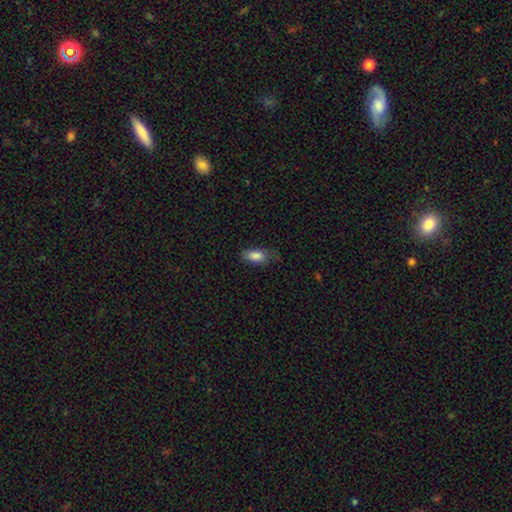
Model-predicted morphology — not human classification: smooth-or-featured: smooth: 84% | star or artifact: 8% | featured or disk: 8%
  how-rounded: in between: 88% | cigar-shaped: 8% | round: 4%
  merging: none: 59% | minor disturbance: 28% | major disturbance: 11% | merger: 1%